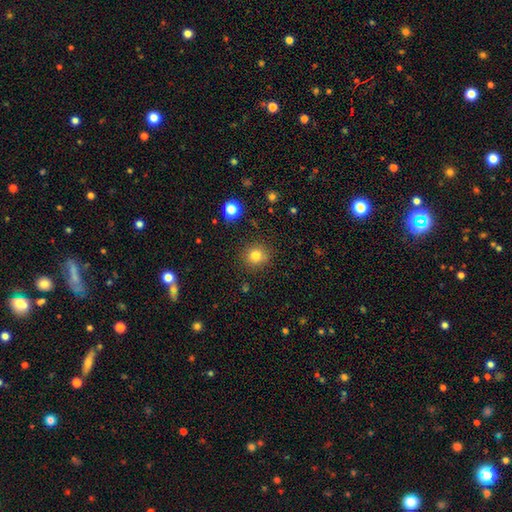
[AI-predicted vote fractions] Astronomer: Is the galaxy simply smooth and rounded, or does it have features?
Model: smooth — 80%.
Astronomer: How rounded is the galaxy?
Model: round — 89%.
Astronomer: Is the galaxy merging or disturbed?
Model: none — 87%.